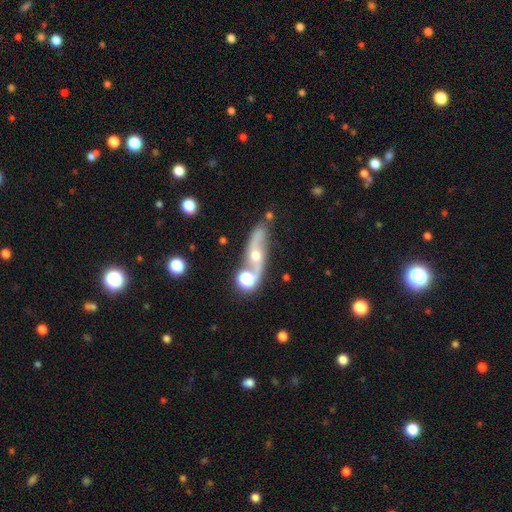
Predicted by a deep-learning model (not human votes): This appears to be a featured or disk galaxy (73%) with no bar (68%), spiral arms (84%) and a moderate central bulge (64%). Merging: none (60%).